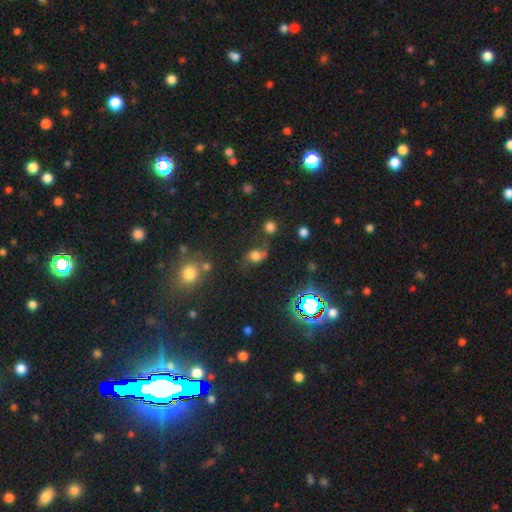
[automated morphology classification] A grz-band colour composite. It shows a smooth galaxy with no disk features (46%). Merging: none (50%).